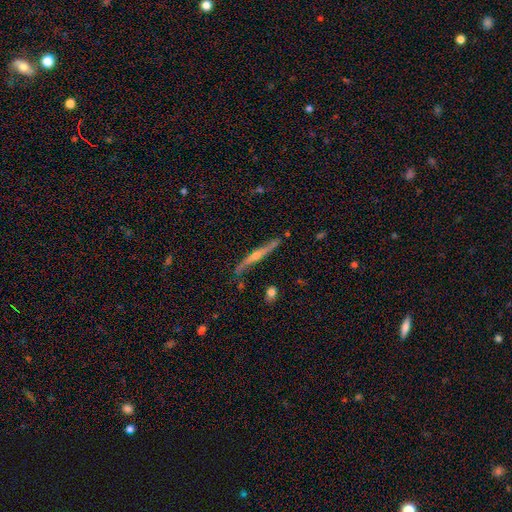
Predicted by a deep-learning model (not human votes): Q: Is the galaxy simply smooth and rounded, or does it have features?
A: featured or disk — 80%.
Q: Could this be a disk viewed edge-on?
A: yes — 96%.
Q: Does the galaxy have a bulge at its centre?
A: rounded — 87%.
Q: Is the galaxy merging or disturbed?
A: none — 81%.